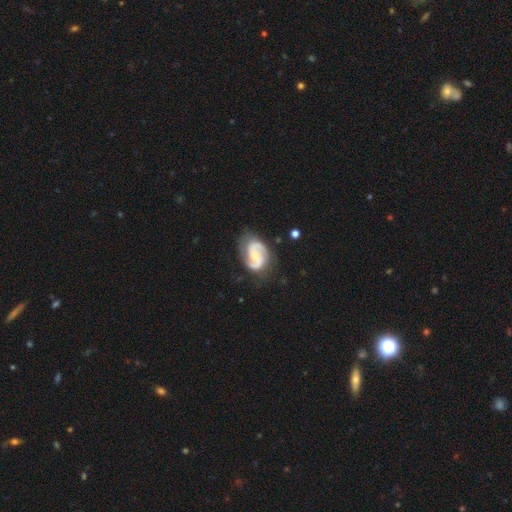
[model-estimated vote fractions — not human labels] Smooth or featured?
  - featured or disk: 88% *
  - smooth: 7%
  - star or artifact: 4%
Edge-on disk?
  - no: 98% *
  - yes: 2%
Bar?
  - no: 50% *
  - weak: 39%
  - strong: 11%
Spiral arms?
  - yes: 97% *
  - no: 3%
Spiral winding?
  - medium: 54% *
  - loose: 24%
  - tight: 22%
Spiral arm count?
  - 2: 92% *
  - can't tell: 3%
  - 1: 2%
  - 3: 2%
  - 4: 1%
  - more than 4: 1%
Bulge size?
  - small: 52% *
  - moderate: 42%
  - none: 3%
  - large: 2%
  - dominant: 1%
Merging?
  - none: 75% *
  - minor disturbance: 18%
  - major disturbance: 6%
  - merger: 2%